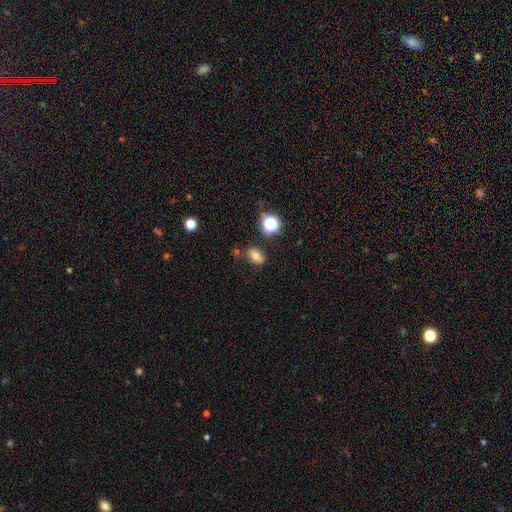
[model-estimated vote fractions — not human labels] smooth-or-featured: smooth: 73% | star or artifact: 15% | featured or disk: 12%
  how-rounded: in between: 80% | round: 18% | cigar-shaped: 3%
  merging: none: 75% | minor disturbance: 15% | merger: 6% | major disturbance: 4%